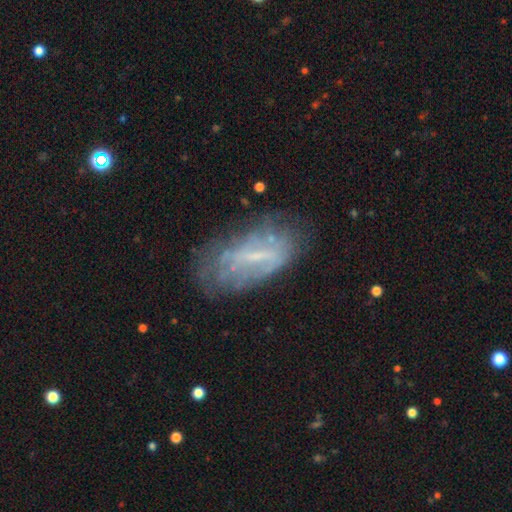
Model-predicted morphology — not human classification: Smooth or featured: featured or disk — 63% (smooth — 26%)
Edge-on disk: no — 89% (yes — 11%)
Bar: weak — 41% (strong — 33%)
Spiral arms: no — 57% (yes — 43%)
Bulge size: small — 48% (none — 33%)
Merging: none — 53% (minor disturbance — 26%)